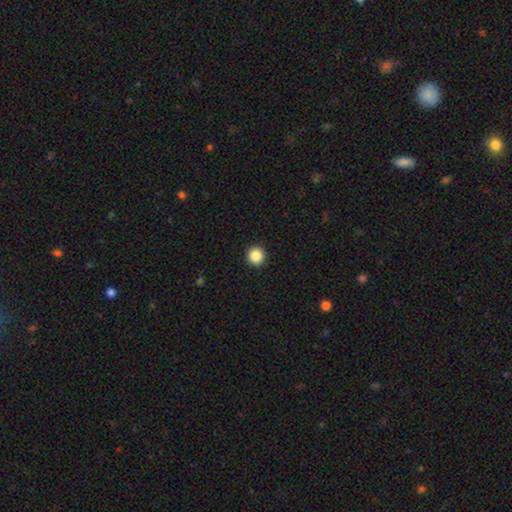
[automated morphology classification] smooth_or_featured: smooth (p=0.87) [alt: star or artifact p=0.10]
how_rounded: round (p=0.96) [alt: in between p=0.03]
merging: none (p=0.93) [alt: minor disturbance p=0.04]